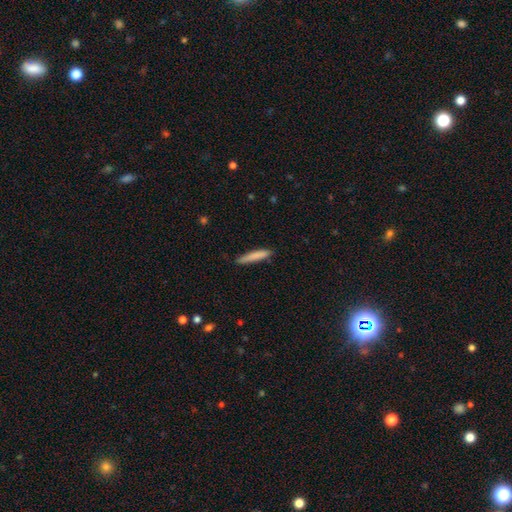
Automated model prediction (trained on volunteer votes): A smooth galaxy with no disk features (81%) that is cigar-shaped (92%). Merging: none (86%).